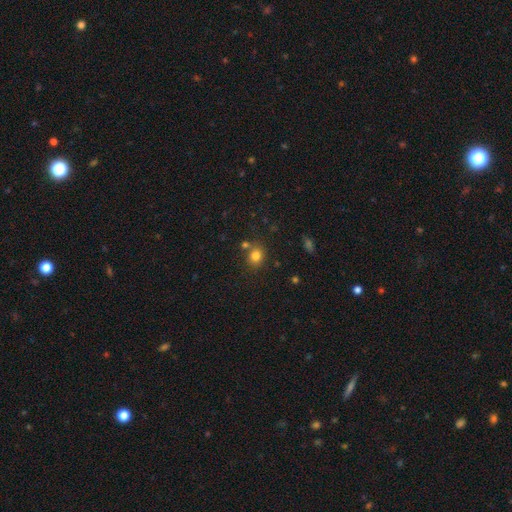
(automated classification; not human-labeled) This is likely a smooth galaxy (80%). How rounded: likely round (75%). Merging: likely none (72%).